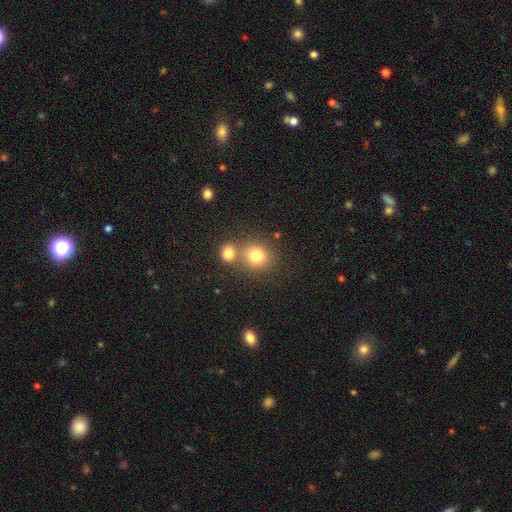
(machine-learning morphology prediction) type=smooth (78%); roundness=round (83%); merging=none (56%).